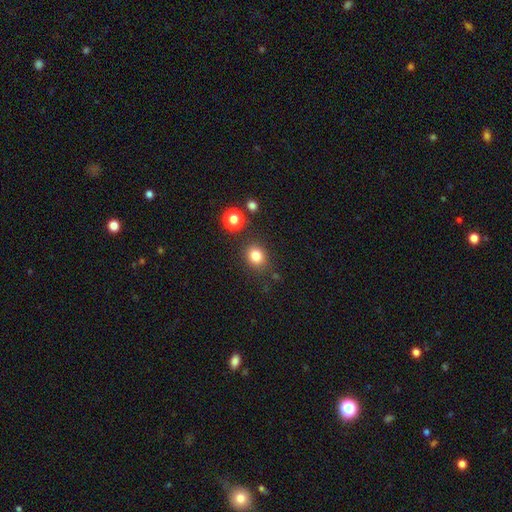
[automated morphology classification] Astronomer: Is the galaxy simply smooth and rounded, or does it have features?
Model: smooth — 82%.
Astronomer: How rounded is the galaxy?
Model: round — 67%.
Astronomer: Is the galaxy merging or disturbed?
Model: none — 83%.